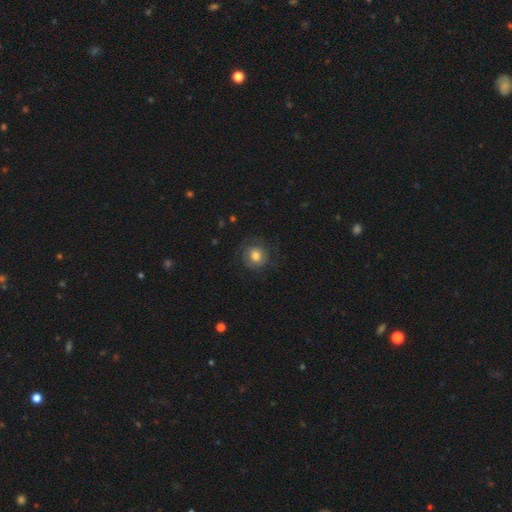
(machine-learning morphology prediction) A smooth galaxy with no disk features (53%) that is round (86%). Merging: none (73%).